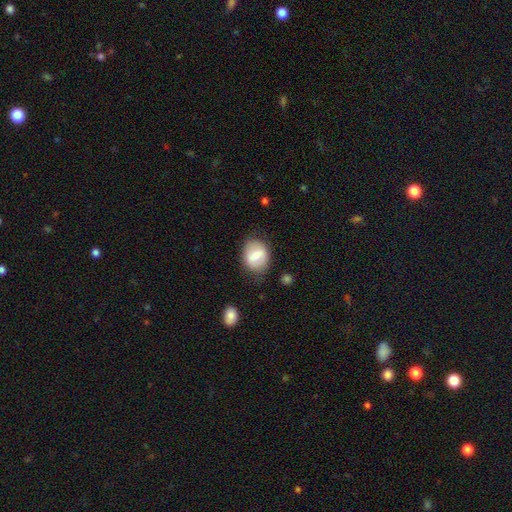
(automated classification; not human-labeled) Overall: smooth (63%; featured or disk 30%). How rounded: in between (57%; round 42%). Merging: none (75%).